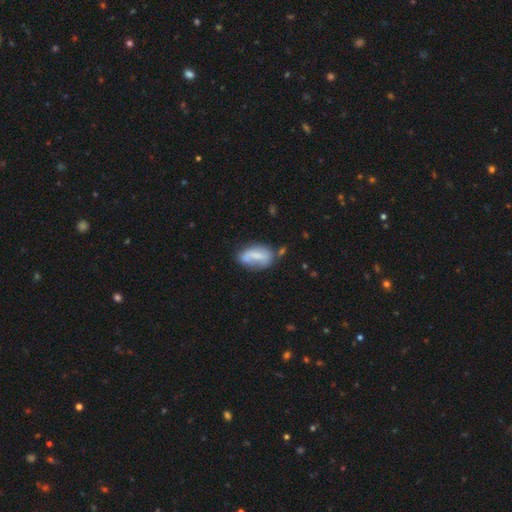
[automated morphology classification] Q: Smooth or featured?
A: smooth (60%); runner-up: featured or disk (32%)
Q: How rounded?
A: in between (87%); runner-up: cigar-shaped (6%)
Q: Merging?
A: none (49%); runner-up: minor disturbance (28%)